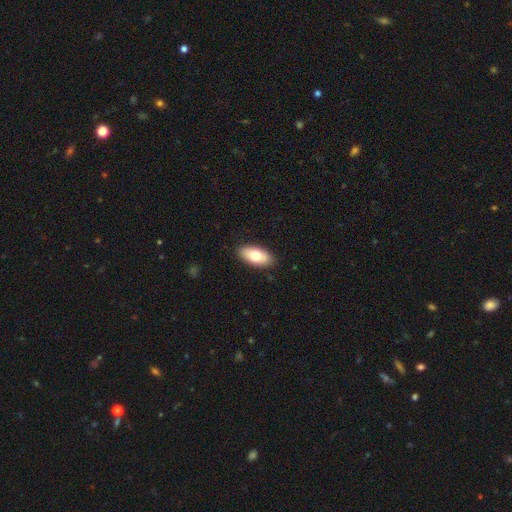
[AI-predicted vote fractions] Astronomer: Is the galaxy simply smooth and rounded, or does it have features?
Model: smooth — 75%.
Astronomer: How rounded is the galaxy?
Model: in between — 92%.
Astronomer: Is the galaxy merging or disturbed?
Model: none — 88%.